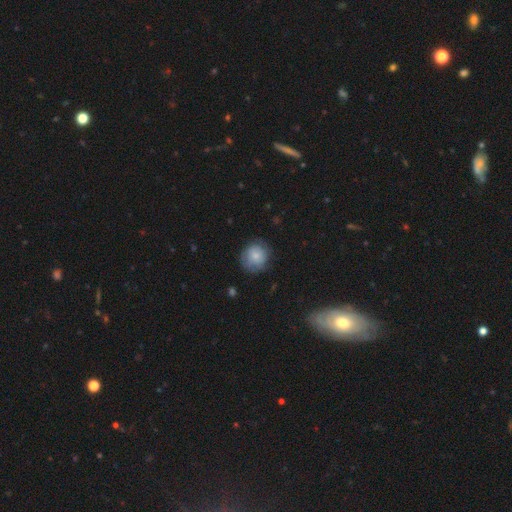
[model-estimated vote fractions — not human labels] smooth 72%, featured or disk 20%, star or artifact 7%. Down the decision tree: how rounded — round (88%); merging — none (72%).